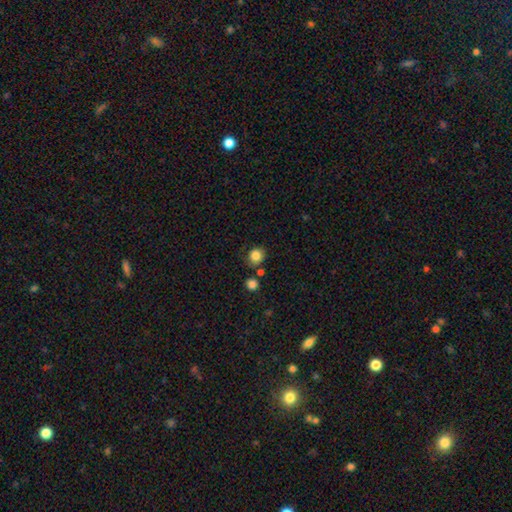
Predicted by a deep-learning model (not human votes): Smooth or featured? Predicted: smooth (p=0.84). How rounded? Predicted: round (p=0.75). Merging? Predicted: none (p=0.74).